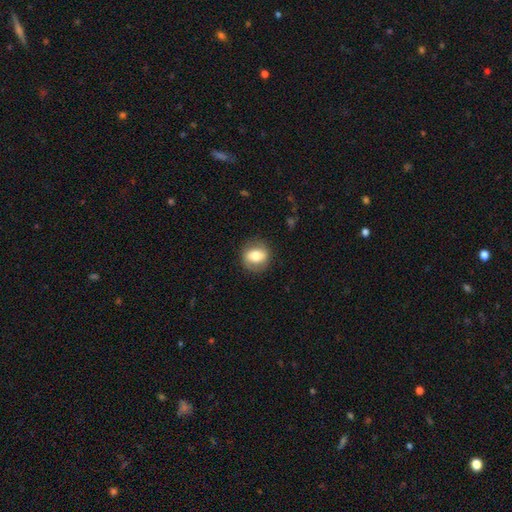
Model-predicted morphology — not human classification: Q: Smooth or featured?
A: smooth (62%); runner-up: featured or disk (29%)
Q: How rounded?
A: round (65%); runner-up: in between (34%)
Q: Merging?
A: none (83%); runner-up: minor disturbance (12%)